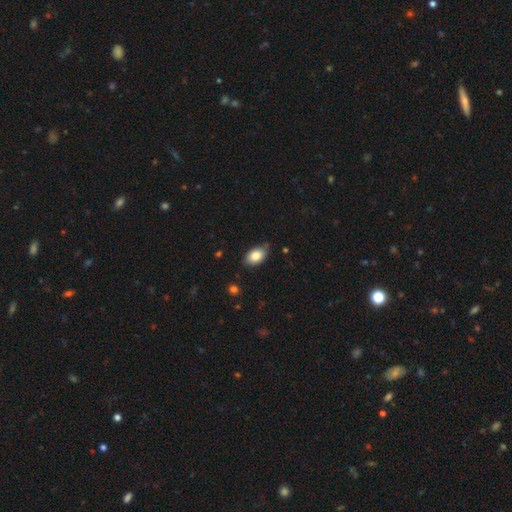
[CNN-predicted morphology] smooth-or-featured: smooth: 84% | featured or disk: 9% | star or artifact: 7%
  how-rounded: in between: 90% | round: 8% | cigar-shaped: 1%
  merging: none: 78% | minor disturbance: 18% | major disturbance: 3% | merger: 2%